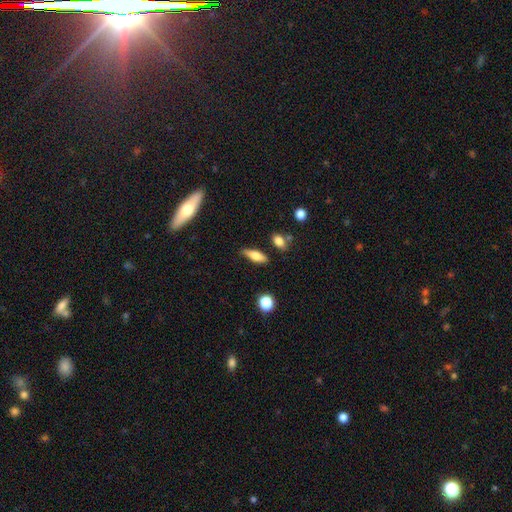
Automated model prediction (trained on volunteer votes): The model was most divided on "how rounded": in between: 51%, cigar-shaped: 46%, round: 3%. More confident: merging — none (74%); smooth or featured — smooth (66%).